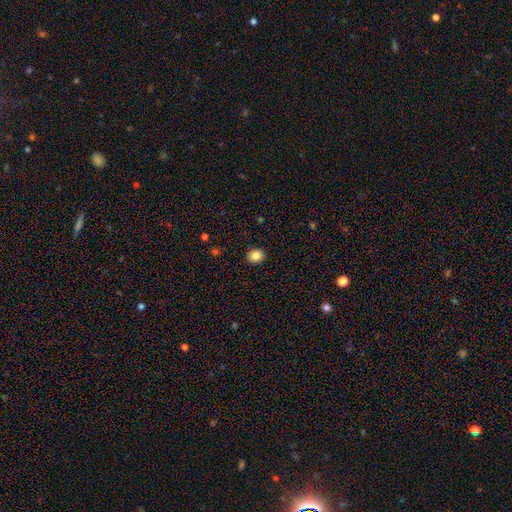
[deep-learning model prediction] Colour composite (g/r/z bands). It shows a smooth galaxy with no disk features (86%) that is round (69%). Merging: none (91%).